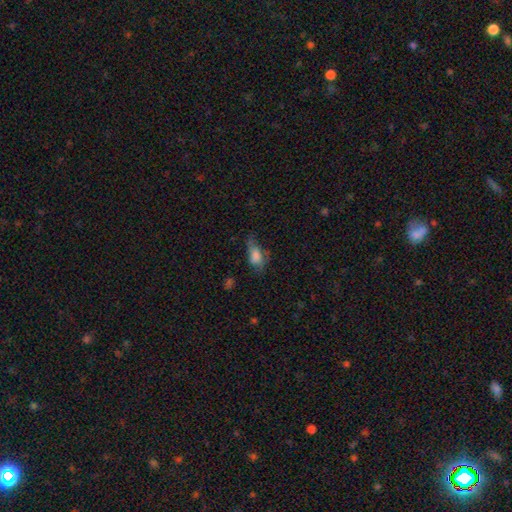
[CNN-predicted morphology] Smooth or featured: smooth — 70% (featured or disk — 19%)
How rounded: in between — 84% (cigar-shaped — 9%)
Merging: none — 36% (minor disturbance — 32%)